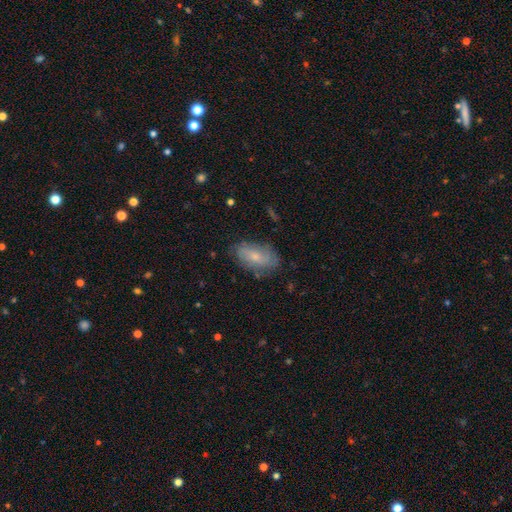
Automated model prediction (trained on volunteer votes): smooth_or_featured: smooth (p=0.51) [alt: featured or disk p=0.41]
how_rounded: in between (p=0.89) [alt: cigar-shaped p=0.06]
merging: none (p=0.74) [alt: minor disturbance p=0.20]